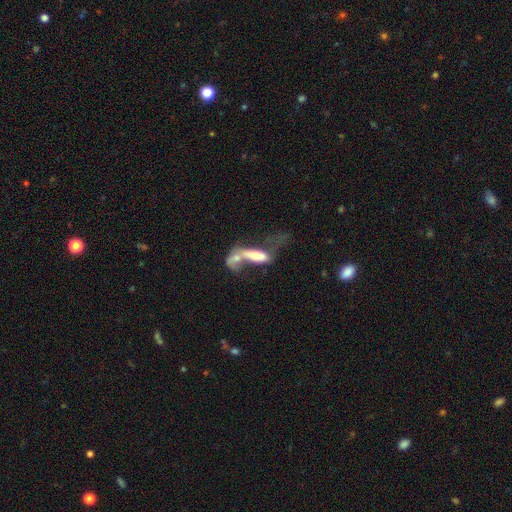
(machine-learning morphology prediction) Smooth or featured? smooth (51%)
How rounded? cigar-shaped (50%)
Merging? merger (68%)